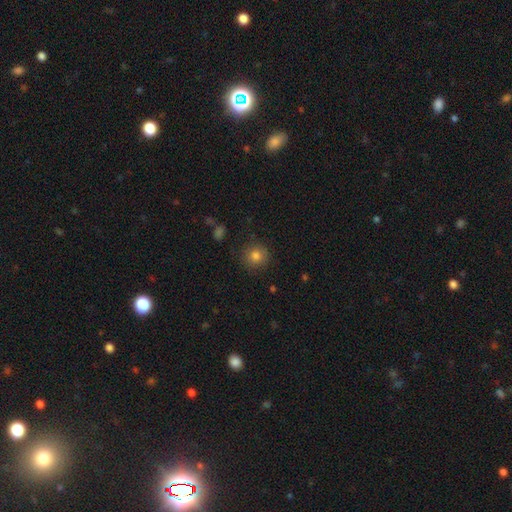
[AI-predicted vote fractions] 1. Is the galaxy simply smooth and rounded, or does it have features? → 82% smooth, 11% star or artifact, 7% featured or disk.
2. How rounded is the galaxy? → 91% round, 8% in between, 1% cigar-shaped.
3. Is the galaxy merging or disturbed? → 86% none, 9% minor disturbance, 3% major disturbance, 1% merger.